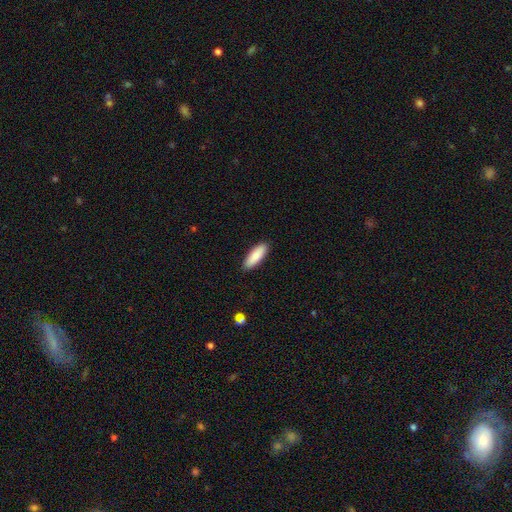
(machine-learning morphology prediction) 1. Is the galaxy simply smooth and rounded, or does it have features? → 84% smooth, 10% featured or disk, 6% star or artifact.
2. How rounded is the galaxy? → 58% in between, 40% cigar-shaped, 2% round.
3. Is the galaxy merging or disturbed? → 90% none, 8% minor disturbance, 2% major disturbance, 1% merger.